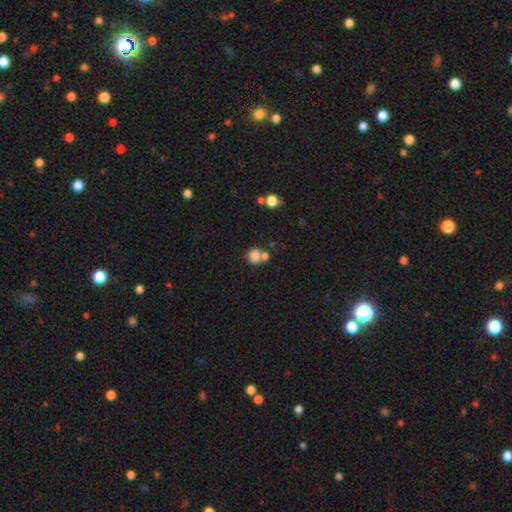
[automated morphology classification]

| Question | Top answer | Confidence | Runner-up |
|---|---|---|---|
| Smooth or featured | smooth | 79% | star or artifact (11%) |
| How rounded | round | 76% | in between (23%) |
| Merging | merger | 48% | none (38%) |